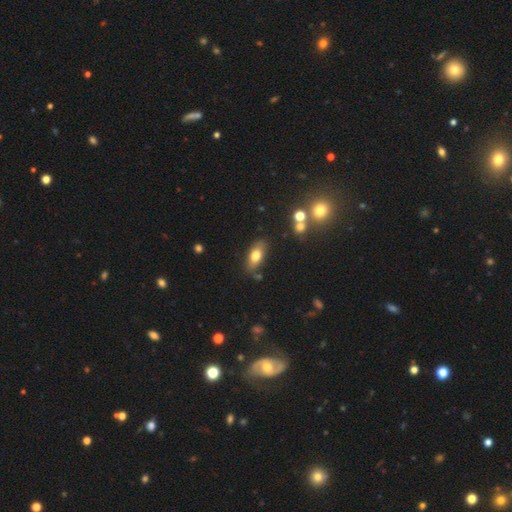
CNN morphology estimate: smooth-or-featured: smooth: 74% | featured or disk: 18% | star or artifact: 9%
  how-rounded: in between: 83% | cigar-shaped: 12% | round: 5%
  merging: none: 77% | minor disturbance: 14% | merger: 5% | major disturbance: 4%